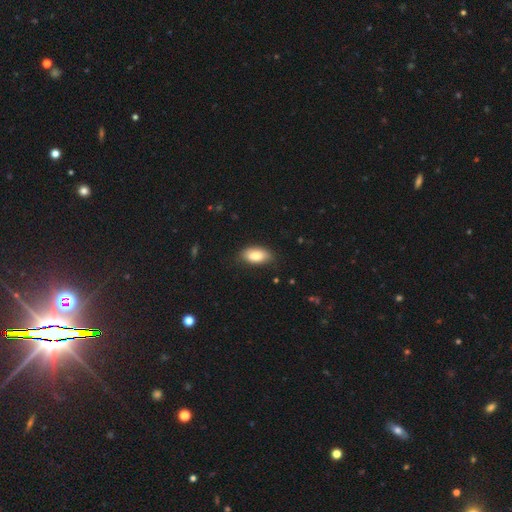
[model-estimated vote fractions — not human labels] The model was most divided on "merging": none: 81%, minor disturbance: 15%, major disturbance: 3%, merger: 1%. More confident: how rounded — in between (93%); smooth or featured — smooth (84%).